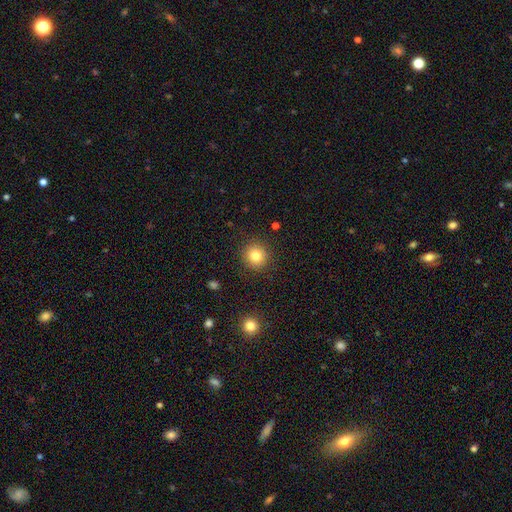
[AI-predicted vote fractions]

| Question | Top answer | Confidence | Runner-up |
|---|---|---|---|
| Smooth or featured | smooth | 82% | star or artifact (11%) |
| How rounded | round | 92% | in between (7%) |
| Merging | none | 90% | minor disturbance (7%) |